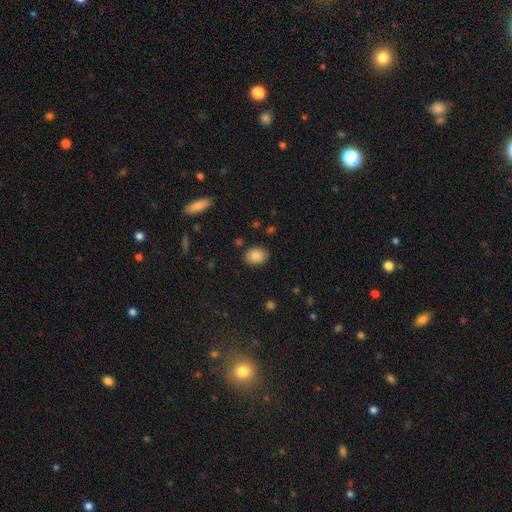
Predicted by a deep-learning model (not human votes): A smooth galaxy with no disk features (87%) that is in between round and cigar-shaped (59%).

Vote fractions:
- Smooth or featured? smooth: 87% / star or artifact: 8% / featured or disk: 5%
- How rounded? in between: 59% / round: 40% / cigar-shaped: 1%
- Merging? none: 86% / minor disturbance: 9% / major disturbance: 3% / merger: 2%